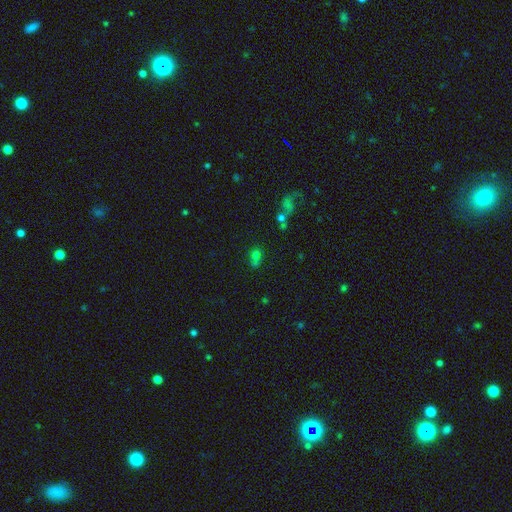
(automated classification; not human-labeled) This appears to be a smooth galaxy with no disk features (62%) that is in between round and cigar-shaped (50%). Merging: none (44%).